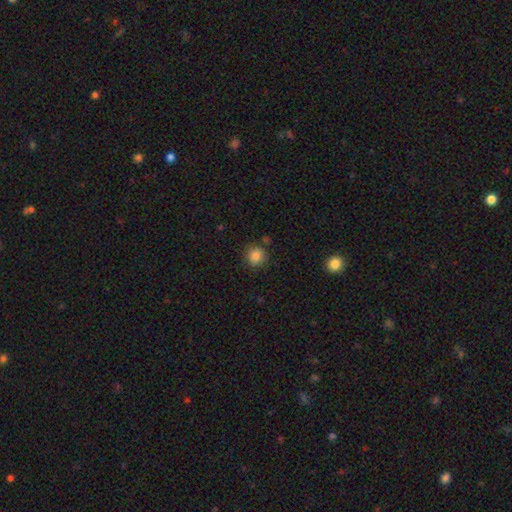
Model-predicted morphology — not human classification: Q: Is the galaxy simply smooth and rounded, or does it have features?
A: smooth — 84%.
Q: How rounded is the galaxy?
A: round — 87%.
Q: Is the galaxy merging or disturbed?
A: none — 81%.